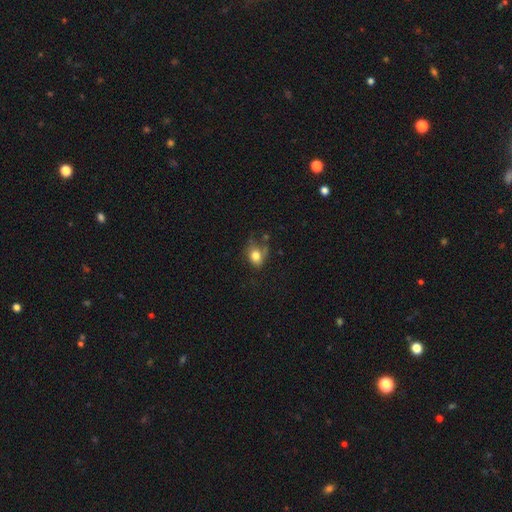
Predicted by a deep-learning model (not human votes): Overall: smooth (76%). How rounded: in between (61%; round 38%). Merging: none (44%; minor disturbance 30%).